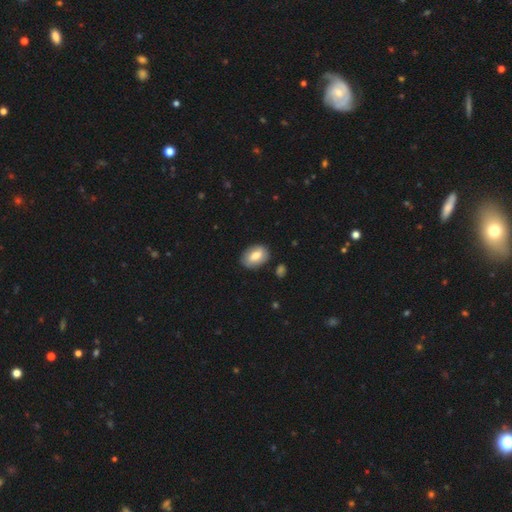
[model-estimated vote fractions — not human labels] A smooth galaxy with no disk features (69%) that is in between round and cigar-shaped (86%). Merging: none (78%).